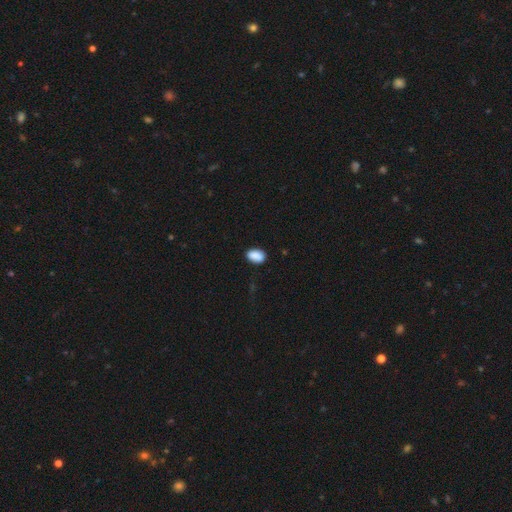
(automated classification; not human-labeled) A smooth galaxy with no disk features (89%) that is in between round and cigar-shaped (90%). Merging: none (83%).